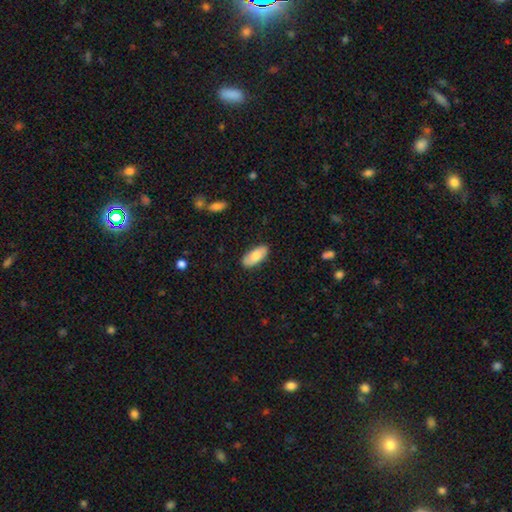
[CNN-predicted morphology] type=smooth (72%); roundness=in between (90%); merging=none (85%).